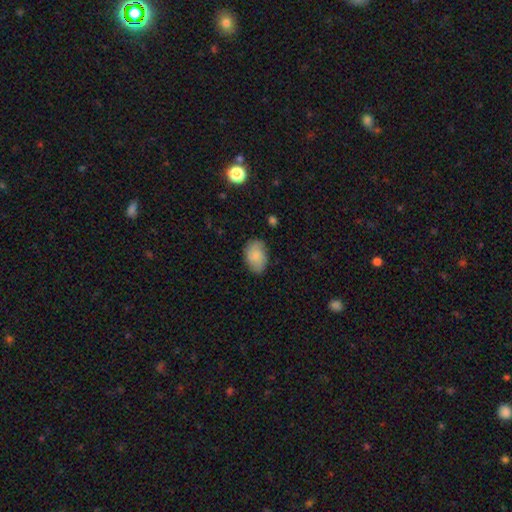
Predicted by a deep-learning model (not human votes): This appears to be a smooth galaxy with no disk features (80%) that is in between round and cigar-shaped (85%). Merging: none (78%).